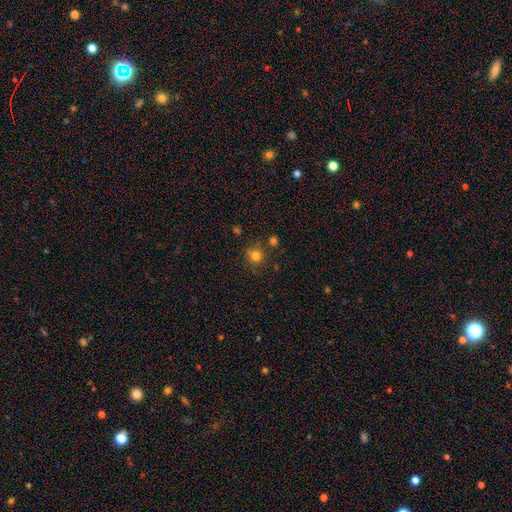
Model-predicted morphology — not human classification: The model was most divided on "smooth or featured": smooth: 78%, star or artifact: 16%, featured or disk: 7%. More confident: how rounded — round (92%); merging — none (77%).